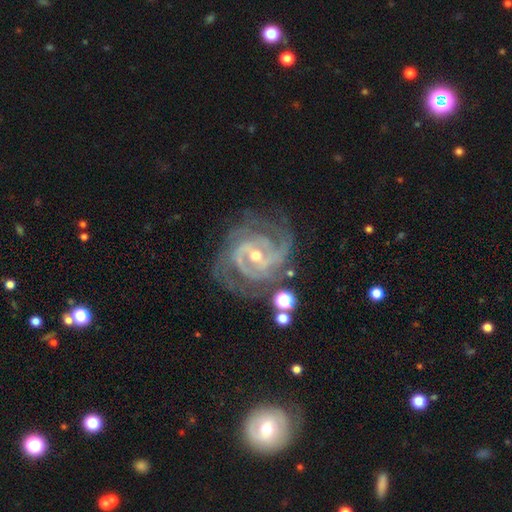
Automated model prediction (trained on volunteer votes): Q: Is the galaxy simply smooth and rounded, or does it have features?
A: featured or disk — 91%.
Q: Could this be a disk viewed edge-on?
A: no — 97%.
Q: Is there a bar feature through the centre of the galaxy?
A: weak — 42%.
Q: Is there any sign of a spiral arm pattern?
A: yes — 98%.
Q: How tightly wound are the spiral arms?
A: tight — 59%.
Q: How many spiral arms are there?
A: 3 — 33%.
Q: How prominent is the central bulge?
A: moderate — 49%.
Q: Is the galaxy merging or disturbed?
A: none — 71%.